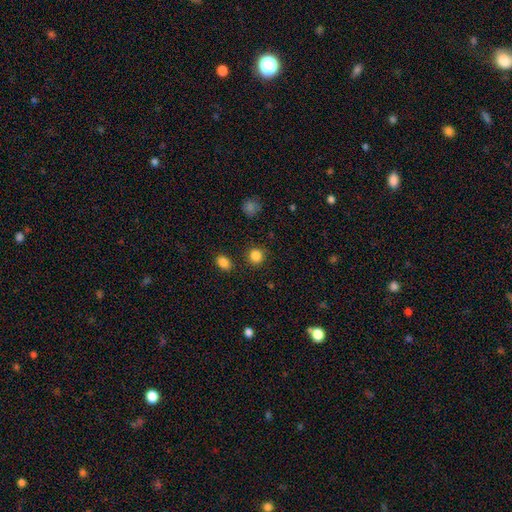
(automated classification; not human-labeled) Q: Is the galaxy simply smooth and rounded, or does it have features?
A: smooth — 86%.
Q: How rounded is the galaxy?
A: round — 89%.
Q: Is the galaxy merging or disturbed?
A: none — 88%.